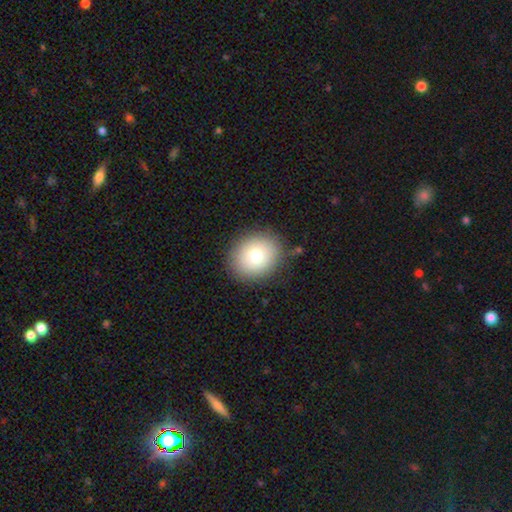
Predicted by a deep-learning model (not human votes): smooth 76%, featured or disk 13%, star or artifact 10%. Down the decision tree: how rounded — round (71%); merging — none (85%).